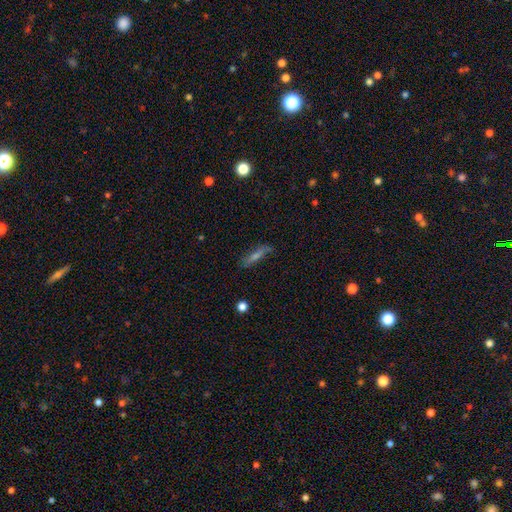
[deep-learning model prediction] This appears to be a featured or disk galaxy (44%, tied with smooth). Merging: none (75%).